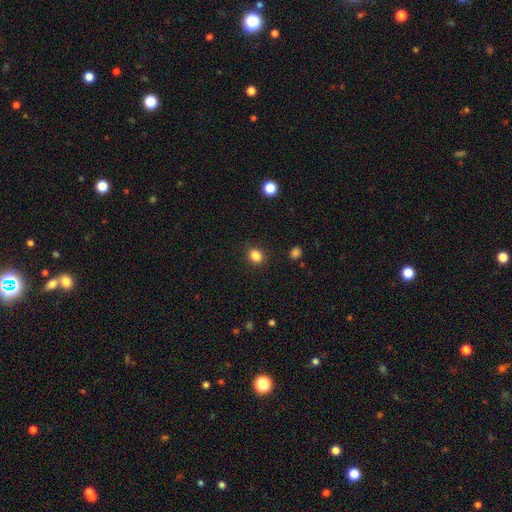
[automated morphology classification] smooth 85%, star or artifact 11%, featured or disk 4%. Down the decision tree: how rounded — round (58%); merging — none (89%).